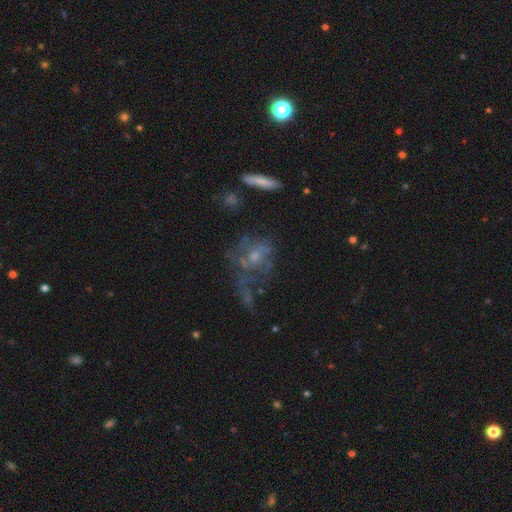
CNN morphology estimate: Overall: featured or disk (60%; smooth 26%). Edge-on disk: no (95%). Bar: no (81%). Spiral arms: no (55%; yes 45%). Bulge size: small (43%; moderate 40%). Merging: none (37%; major disturbance 33%).